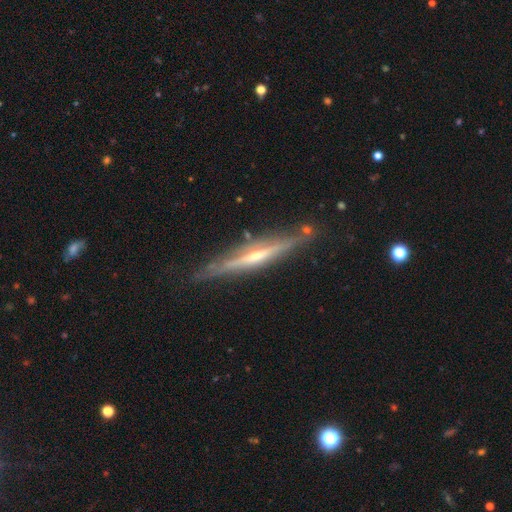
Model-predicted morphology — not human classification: Smooth or featured? featured or disk (82%)
Edge-on disk? yes (96%)
Edge-on bulge? rounded (73%)
Merging? none (83%)